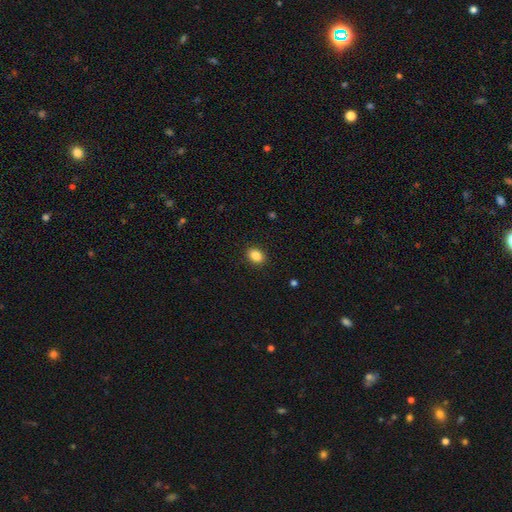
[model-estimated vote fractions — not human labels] Smooth or featured?
  - smooth: 87% *
  - star or artifact: 9%
  - featured or disk: 4%
How rounded?
  - in between: 64% *
  - round: 35%
  - cigar-shaped: 1%
Merging?
  - none: 90% *
  - minor disturbance: 7%
  - major disturbance: 2%
  - merger: 1%